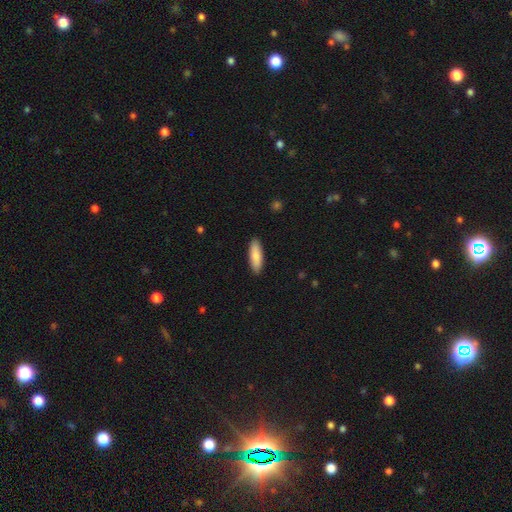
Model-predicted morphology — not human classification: A smooth galaxy with no disk features (85%) that is in between round and cigar-shaped (50%).

Vote fractions:
- Smooth or featured? smooth: 85% / featured or disk: 10% / star or artifact: 5%
- How rounded? in between: 50% / cigar-shaped: 49% / round: 2%
- Merging? none: 90% / minor disturbance: 7% / major disturbance: 2% / merger: 1%